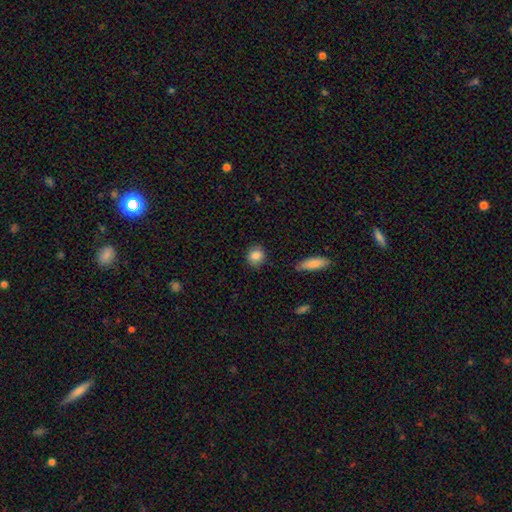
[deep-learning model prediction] A smooth galaxy with no disk features (86%) that is round (80%). Merging: none (85%).